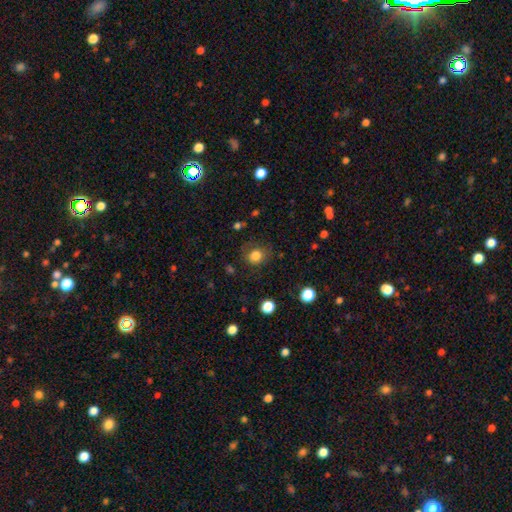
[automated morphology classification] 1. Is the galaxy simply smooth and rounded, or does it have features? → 80% smooth, 11% star or artifact, 9% featured or disk.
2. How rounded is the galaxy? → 74% round, 25% in between, 1% cigar-shaped.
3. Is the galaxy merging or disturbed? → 73% none, 17% minor disturbance, 8% major disturbance, 2% merger.